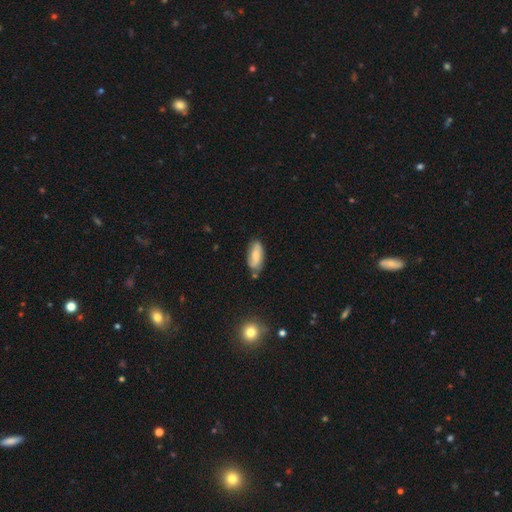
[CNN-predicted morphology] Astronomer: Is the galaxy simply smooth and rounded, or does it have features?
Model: smooth — 68%.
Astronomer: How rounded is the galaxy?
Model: in between — 83%.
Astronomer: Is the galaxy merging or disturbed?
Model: none — 70%.